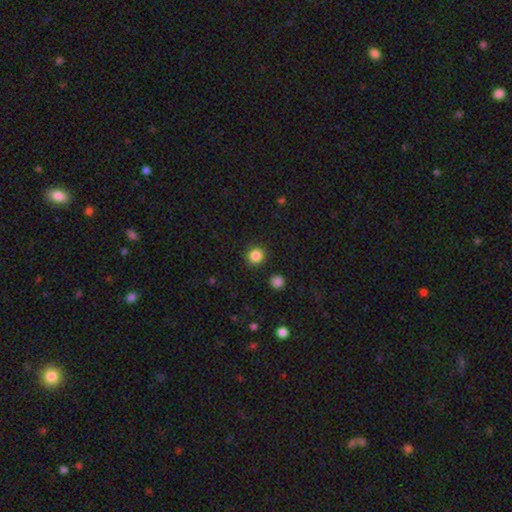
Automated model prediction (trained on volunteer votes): smooth_or_featured: smooth (p=0.85) [alt: star or artifact p=0.11]
how_rounded: round (p=0.92) [alt: in between p=0.08]
merging: none (p=0.90) [alt: minor disturbance p=0.06]